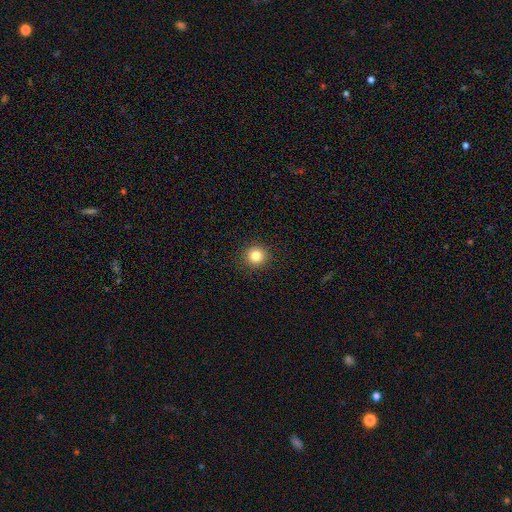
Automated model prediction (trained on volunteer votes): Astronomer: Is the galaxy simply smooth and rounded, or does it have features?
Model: smooth — 83%.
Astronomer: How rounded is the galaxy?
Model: round — 93%.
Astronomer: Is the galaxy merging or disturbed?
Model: none — 92%.